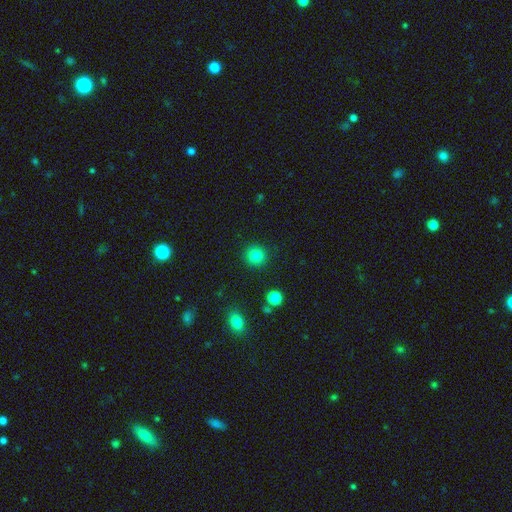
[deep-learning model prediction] A smooth galaxy with no disk features (84%) that is round (93%).

Vote fractions:
- Smooth or featured? smooth: 84% / star or artifact: 12% / featured or disk: 5%
- How rounded? round: 93% / in between: 6% / cigar-shaped: 1%
- Merging? none: 91% / minor disturbance: 5% / major disturbance: 2% / merger: 1%